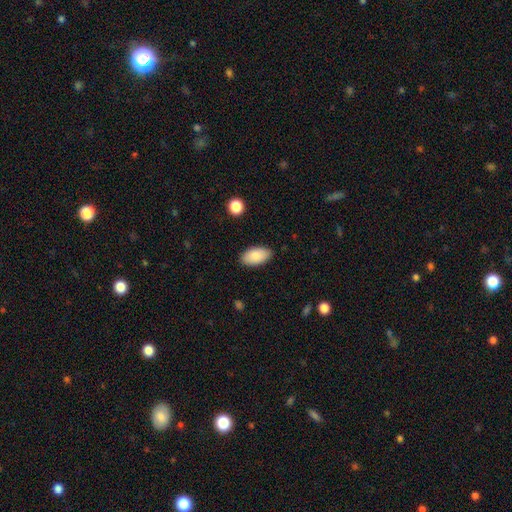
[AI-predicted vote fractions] Smooth or featured? Predicted: smooth (p=0.86). How rounded? Predicted: in between (p=0.95). Merging? Predicted: none (p=0.87).